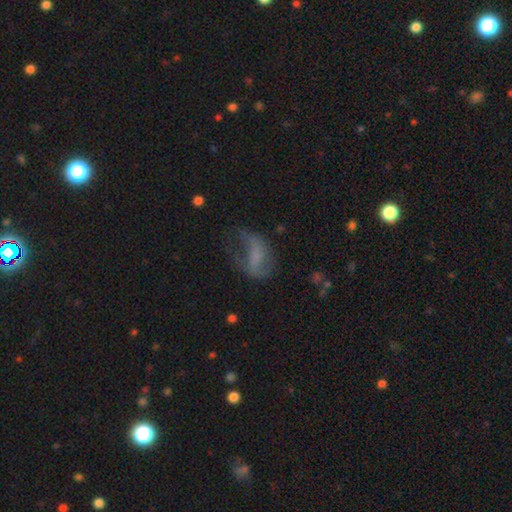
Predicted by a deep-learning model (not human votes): This is possibly a featured or disk galaxy (49%). Merging: marginally major disturbance (39%).